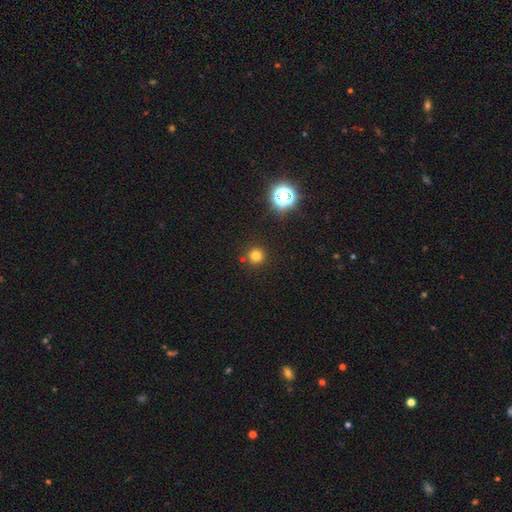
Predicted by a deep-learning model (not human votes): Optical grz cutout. It shows a smooth galaxy with no disk features (76%) that is round (95%). Merging: none (87%).